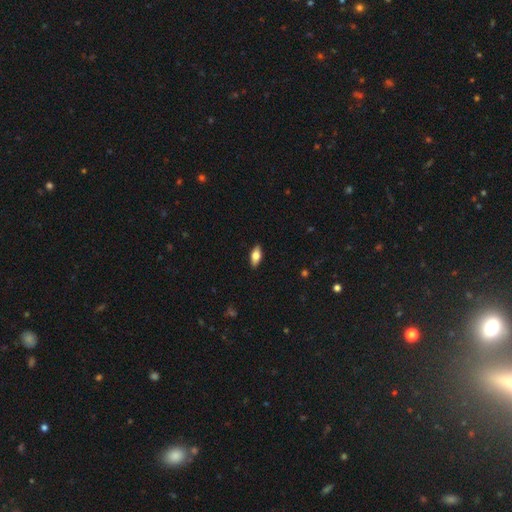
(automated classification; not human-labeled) The model was most divided on "smooth or featured": smooth: 70%, featured or disk: 24%, star or artifact: 6%. More confident: merging — none (89%); how rounded — in between (82%).